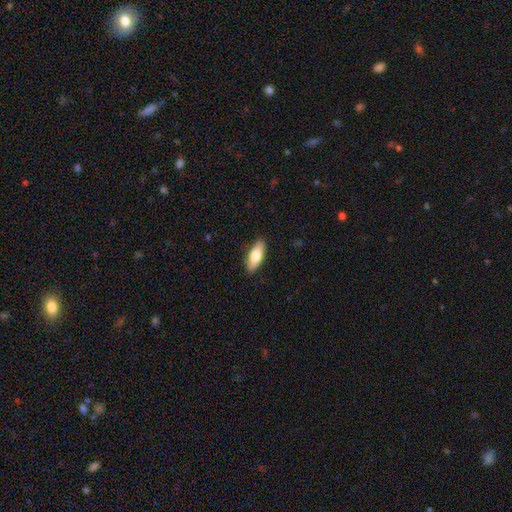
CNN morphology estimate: Smooth or featured? Predicted: smooth (p=0.71). How rounded? Predicted: in between (p=0.68). Merging? Predicted: none (p=0.88).